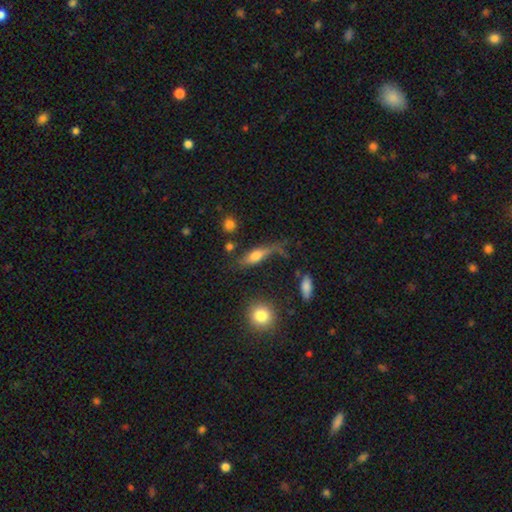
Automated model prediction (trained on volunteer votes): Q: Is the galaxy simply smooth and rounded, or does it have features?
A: smooth — 54%.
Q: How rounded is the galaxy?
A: in between — 51%.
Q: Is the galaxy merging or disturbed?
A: none — 49%.